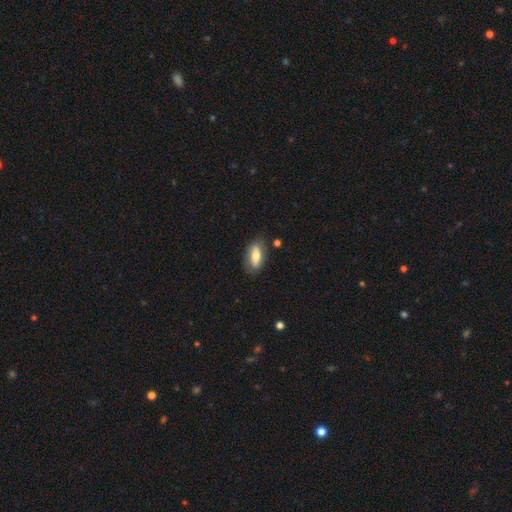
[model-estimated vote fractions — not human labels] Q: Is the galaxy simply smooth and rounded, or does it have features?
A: smooth — 61%.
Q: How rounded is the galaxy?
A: in between — 82%.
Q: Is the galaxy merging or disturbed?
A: none — 76%.